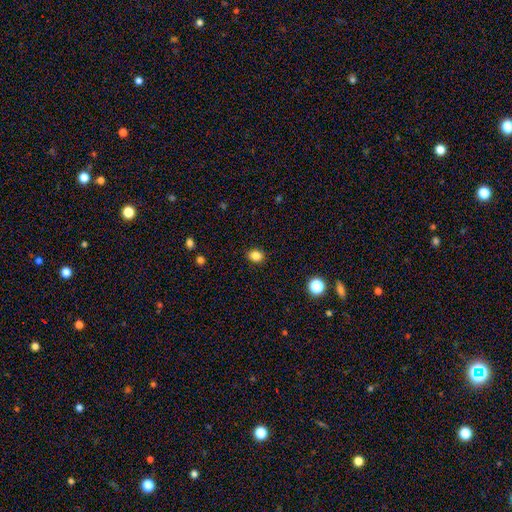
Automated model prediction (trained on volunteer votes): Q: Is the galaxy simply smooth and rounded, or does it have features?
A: smooth — 84%.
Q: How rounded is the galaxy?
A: round — 51%.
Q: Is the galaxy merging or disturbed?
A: none — 89%.